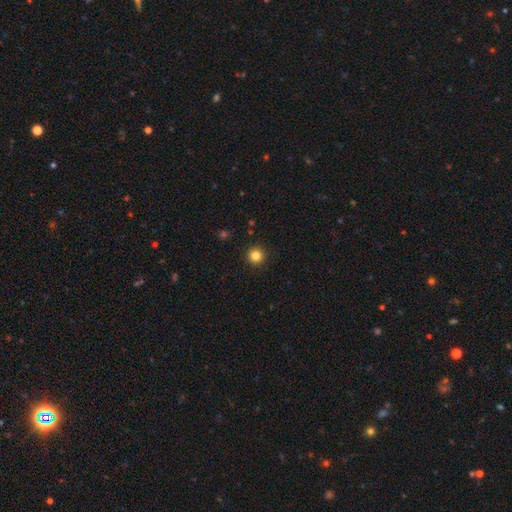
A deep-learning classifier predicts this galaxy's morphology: This is clearly a smooth galaxy (84%). How rounded: clearly round (96%). Merging: clearly none (92%).